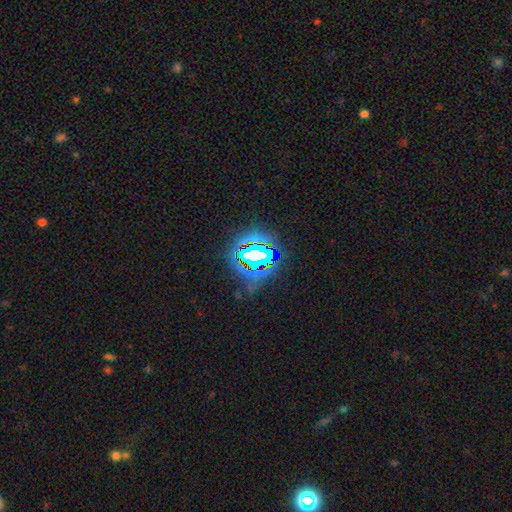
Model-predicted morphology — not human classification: Smooth or featured?
  - star or artifact: 69% *
  - smooth: 17%
  - featured or disk: 13%